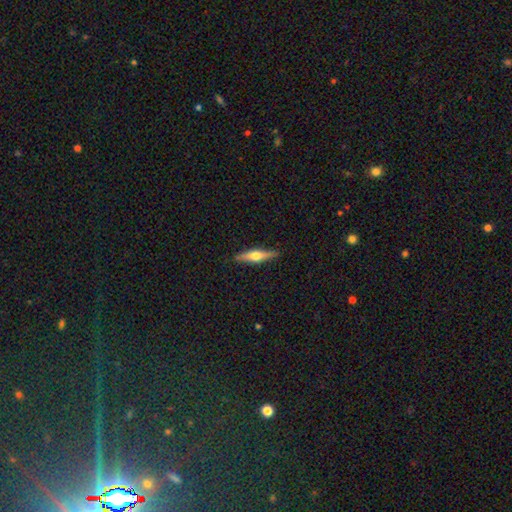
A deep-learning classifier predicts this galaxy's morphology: Overall: featured or disk (55%; smooth 39%). Edge-on disk: yes (95%). Edge-on bulge: rounded (93%). Merging: none (88%).